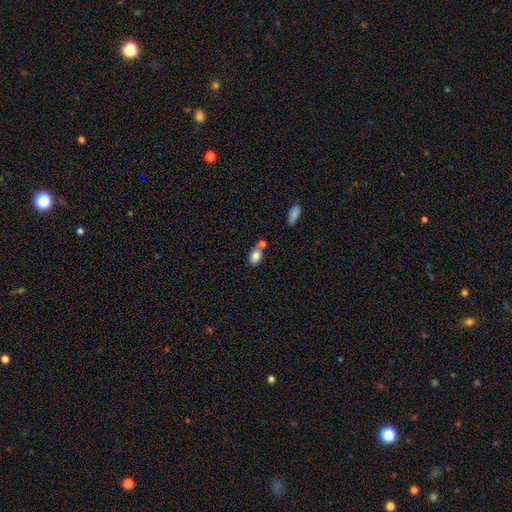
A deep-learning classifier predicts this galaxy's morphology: smooth-or-featured: smooth: 82% | featured or disk: 10% | star or artifact: 8%
  how-rounded: in between: 81% | round: 18% | cigar-shaped: 2%
  merging: none: 50% | merger: 32% | minor disturbance: 14% | major disturbance: 4%